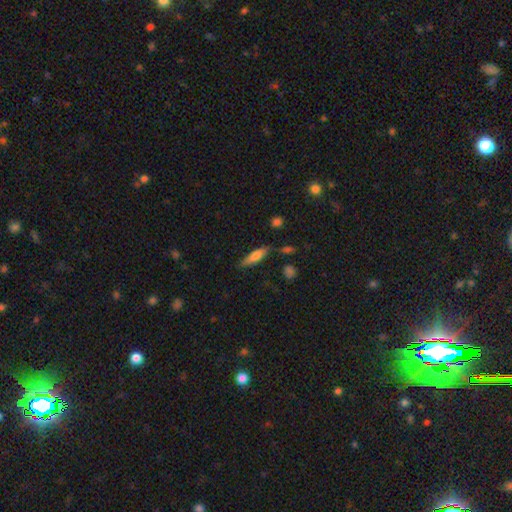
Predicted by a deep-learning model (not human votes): smooth_or_featured: smooth (p=0.65) [alt: featured or disk p=0.28]
how_rounded: cigar-shaped (p=0.67) [alt: in between p=0.31]
merging: none (p=0.71) [alt: minor disturbance p=0.19]